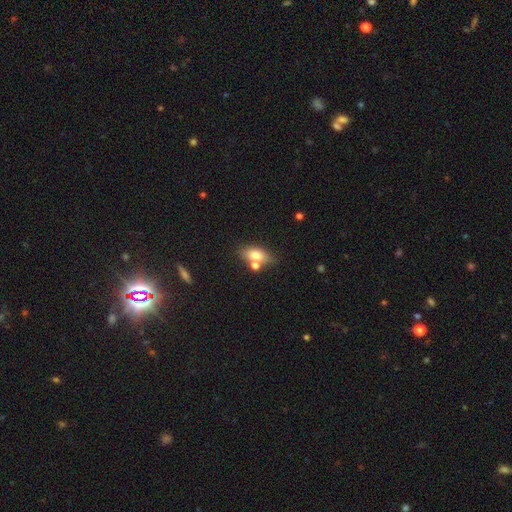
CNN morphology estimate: A smooth galaxy with no disk features (72%) that is in between round and cigar-shaped (81%). Merging: none (58%).